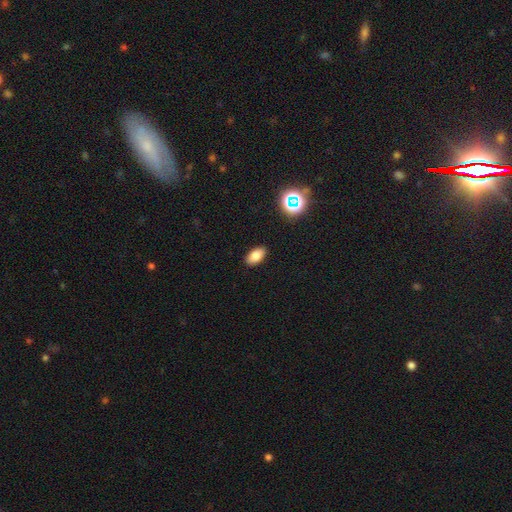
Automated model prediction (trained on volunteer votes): This appears to be a smooth galaxy with no disk features (80%) that is in between round and cigar-shaped (92%). Merging: none (90%).